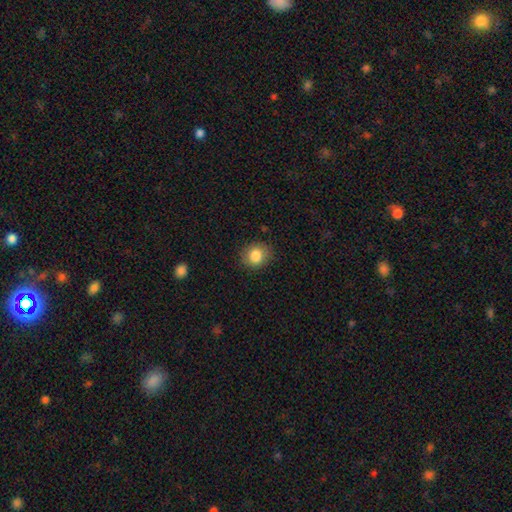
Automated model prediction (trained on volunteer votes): This is clearly a smooth galaxy (84%). How rounded: likely round (77%). Merging: clearly none (85%).